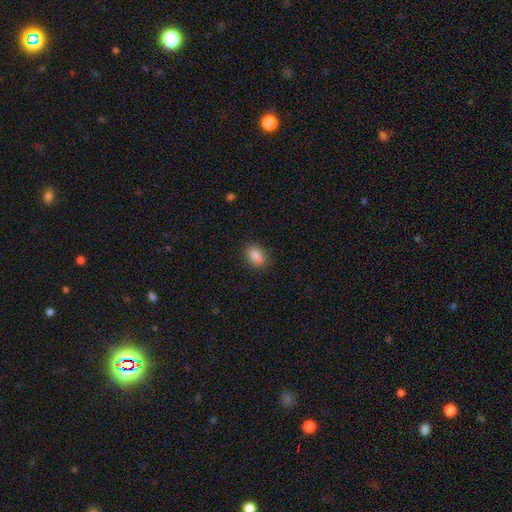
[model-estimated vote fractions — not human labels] Smooth or featured? Predicted: smooth (p=0.87). How rounded? Predicted: in between (p=0.86). Merging? Predicted: none (p=0.86).